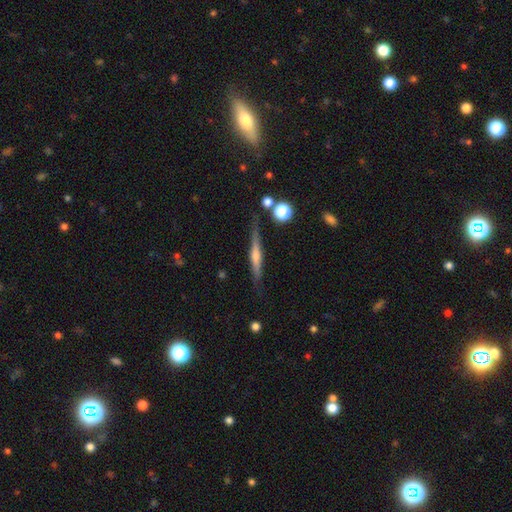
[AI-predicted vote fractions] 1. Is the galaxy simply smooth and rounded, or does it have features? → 66% featured or disk, 27% smooth, 8% star or artifact.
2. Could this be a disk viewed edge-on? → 97% yes, 3% no.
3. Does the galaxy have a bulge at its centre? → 72% rounded, 18% none, 10% boxy.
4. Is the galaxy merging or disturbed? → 82% none, 12% minor disturbance, 3% major disturbance, 3% merger.